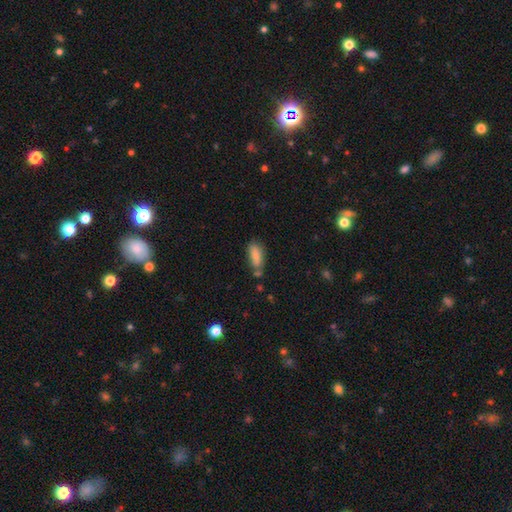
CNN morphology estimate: Smooth or featured? Predicted: smooth (p=0.82). How rounded? Predicted: in between (p=0.79). Merging? Predicted: none (p=0.54).